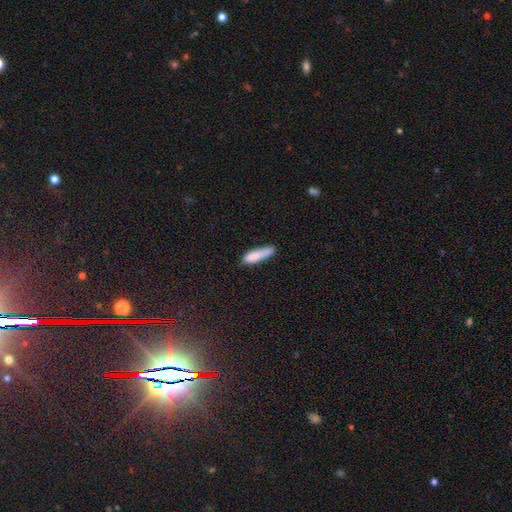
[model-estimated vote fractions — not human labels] A smooth galaxy with no disk features (86%) that is cigar-shaped (68%). Merging: none (63%).